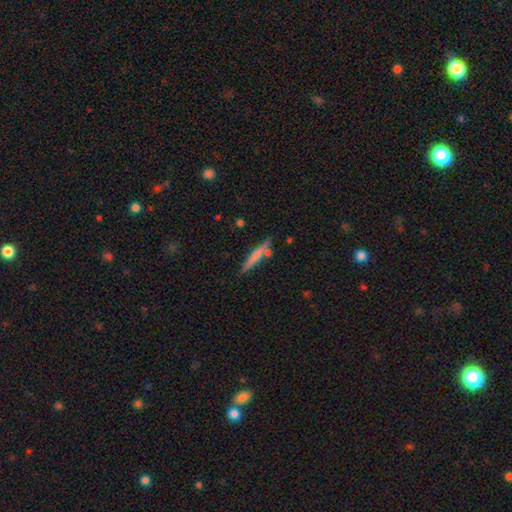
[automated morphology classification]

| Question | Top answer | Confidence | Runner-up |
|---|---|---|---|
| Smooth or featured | smooth | 61% | featured or disk (33%) |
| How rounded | cigar-shaped | 93% | in between (5%) |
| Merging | none | 75% | minor disturbance (13%) |